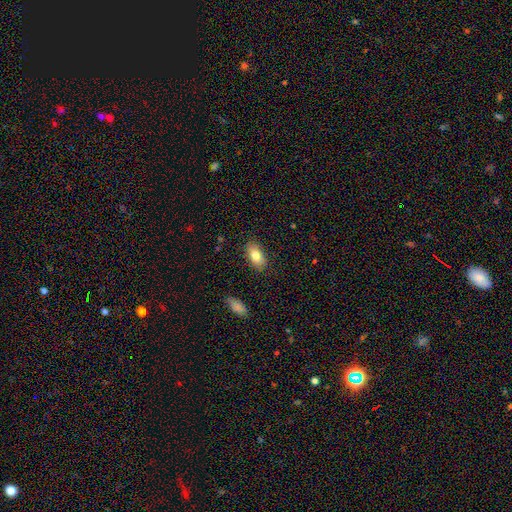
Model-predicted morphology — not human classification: Smooth or featured? Predicted: smooth (p=0.80). How rounded? Predicted: in between (p=0.91). Merging? Predicted: none (p=0.86).